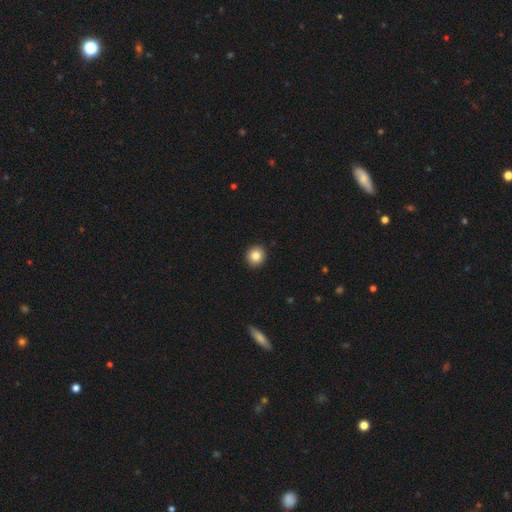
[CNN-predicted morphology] Smooth or featured: smooth — 84% (star or artifact — 10%)
How rounded: round — 90% (in between — 9%)
Merging: none — 93% (minor disturbance — 5%)